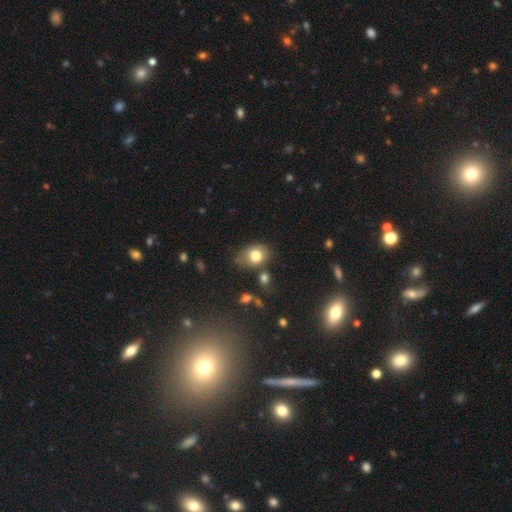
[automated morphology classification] This is likely a smooth galaxy (77%). How rounded: likely in between (60%). Merging: possibly none (58%).